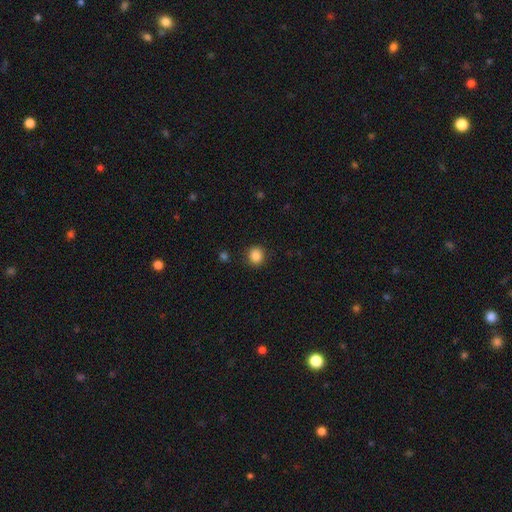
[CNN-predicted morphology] Smooth or featured? smooth (86%)
How rounded? round (84%)
Merging? none (89%)